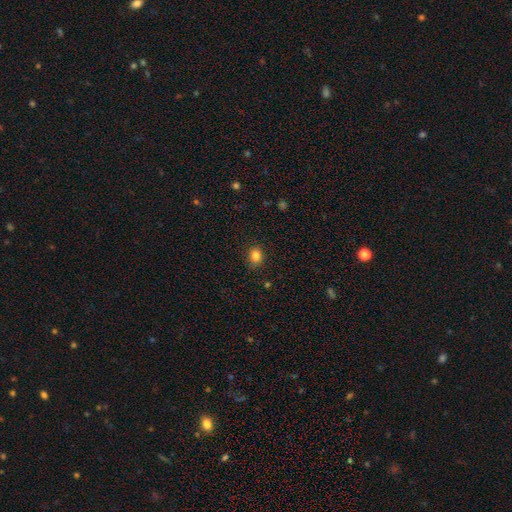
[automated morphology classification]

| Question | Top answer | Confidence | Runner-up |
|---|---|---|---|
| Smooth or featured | smooth | 83% | star or artifact (11%) |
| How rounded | round | 58% | in between (41%) |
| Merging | none | 87% | minor disturbance (9%) |